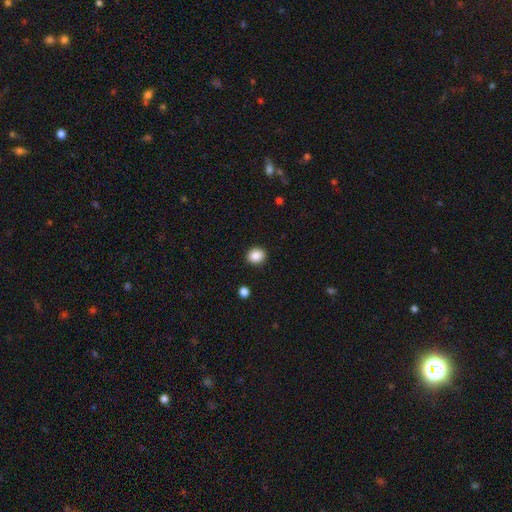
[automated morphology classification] Smooth or featured?
  - smooth: 87% *
  - star or artifact: 9%
  - featured or disk: 3%
How rounded?
  - round: 76% *
  - in between: 23%
  - cigar-shaped: 1%
Merging?
  - none: 92% *
  - minor disturbance: 6%
  - major disturbance: 2%
  - merger: 1%